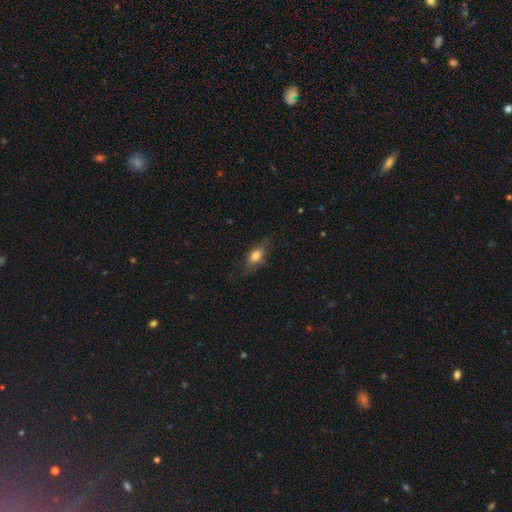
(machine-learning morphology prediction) A smooth galaxy with no disk features (74%) that is in between round and cigar-shaped (80%). Merging: none (68%).